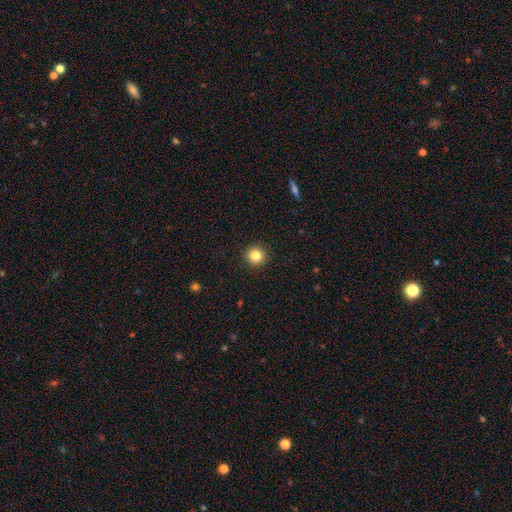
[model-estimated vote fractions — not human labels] The model was most divided on "smooth or featured": smooth: 83%, star or artifact: 11%, featured or disk: 6%. More confident: how rounded — round (95%); merging — none (93%).